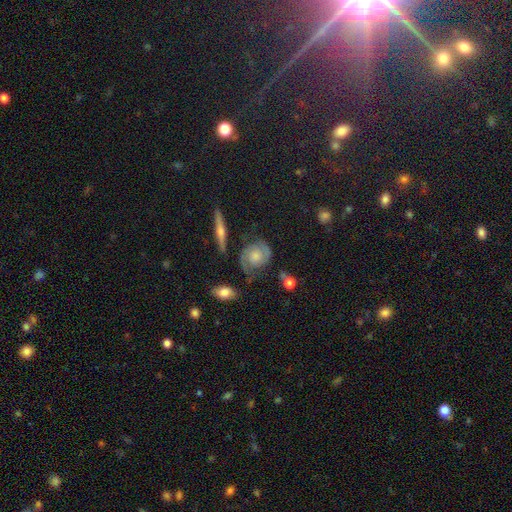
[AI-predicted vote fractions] The model was most divided on "spiral winding": tight: 45%, medium: 40%, loose: 15%. Remaining: edge-on disk — no (93%); spiral arms — yes (91%); spiral arm count — 2 (82%); bar — no (76%); smooth or featured — featured or disk (72%); merging — none (60%); bulge size — moderate (38%).